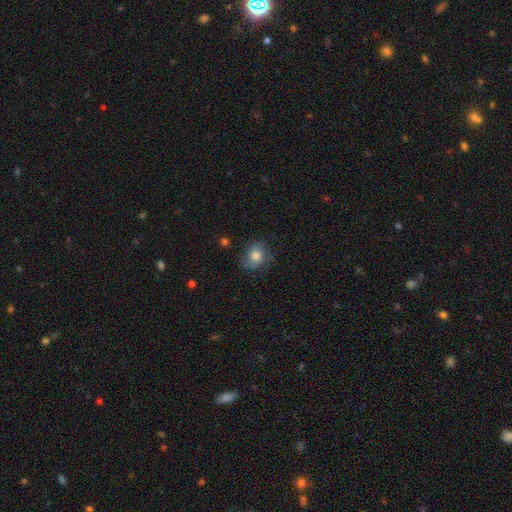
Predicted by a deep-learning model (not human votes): This appears to be a smooth galaxy with no disk features (66%) that is round (64%). Merging: none (70%).